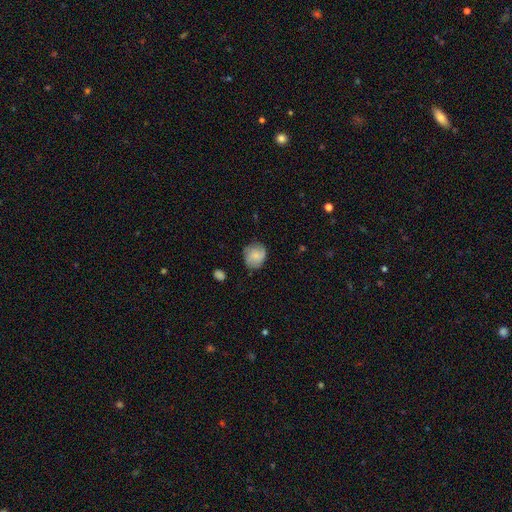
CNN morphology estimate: This is likely a smooth galaxy (67%). How rounded: likely round (79%). Merging: likely none (73%).